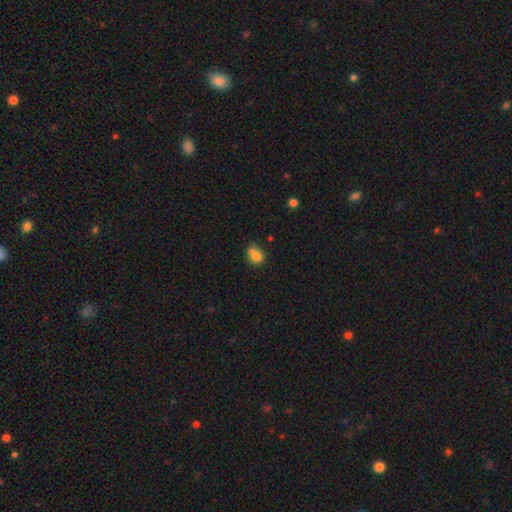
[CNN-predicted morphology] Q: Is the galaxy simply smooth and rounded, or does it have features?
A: smooth — 75%.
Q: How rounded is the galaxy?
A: round — 60%.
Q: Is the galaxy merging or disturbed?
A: merger — 42%.